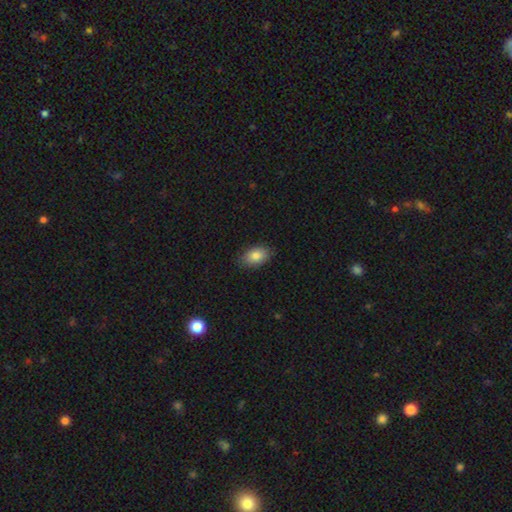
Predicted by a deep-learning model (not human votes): smooth-or-featured: smooth: 83% | featured or disk: 9% | star or artifact: 8%
  how-rounded: in between: 89% | round: 9% | cigar-shaped: 1%
  merging: none: 85% | minor disturbance: 12% | major disturbance: 2% | merger: 1%